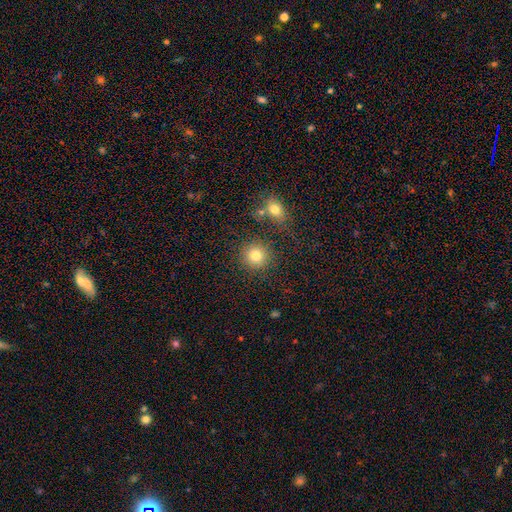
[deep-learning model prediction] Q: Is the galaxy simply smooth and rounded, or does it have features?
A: smooth — 80%.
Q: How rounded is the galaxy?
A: round — 91%.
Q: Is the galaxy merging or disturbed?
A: none — 82%.